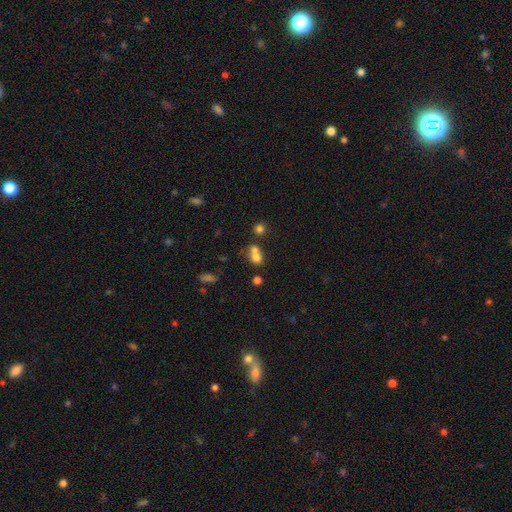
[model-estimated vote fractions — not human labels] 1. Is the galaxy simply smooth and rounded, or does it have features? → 71% smooth, 15% featured or disk, 14% star or artifact.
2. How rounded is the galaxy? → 56% round, 42% in between, 2% cigar-shaped.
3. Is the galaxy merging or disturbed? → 57% merger, 31% none, 8% minor disturbance, 5% major disturbance.